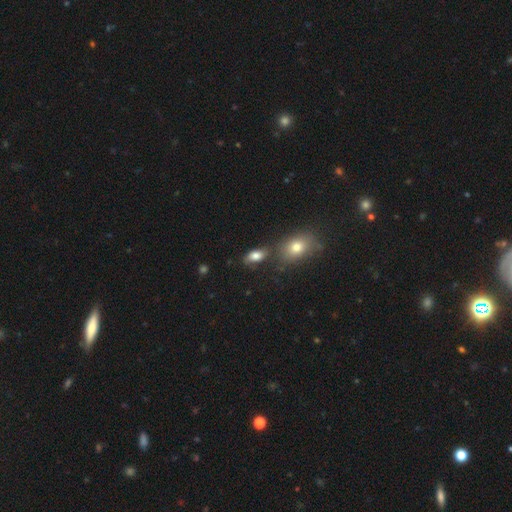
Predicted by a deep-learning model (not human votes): Smooth or featured?
  - smooth: 80% *
  - featured or disk: 11%
  - star or artifact: 9%
How rounded?
  - in between: 89% *
  - round: 6%
  - cigar-shaped: 5%
Merging?
  - none: 69% *
  - minor disturbance: 14%
  - merger: 12%
  - major disturbance: 5%